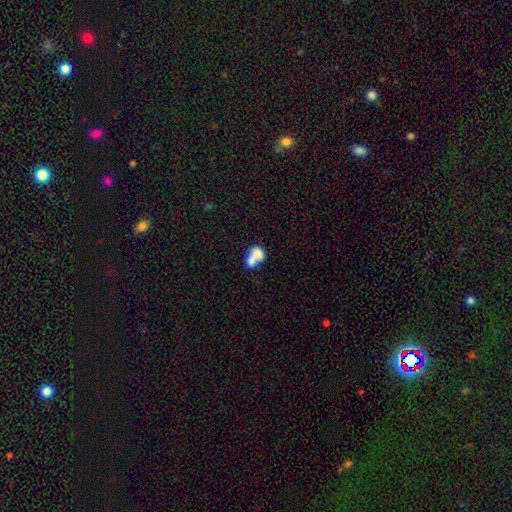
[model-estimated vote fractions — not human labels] smooth 69%, featured or disk 22%, star or artifact 9%. Down the decision tree: how rounded — in between (65%); merging — merger (72%).